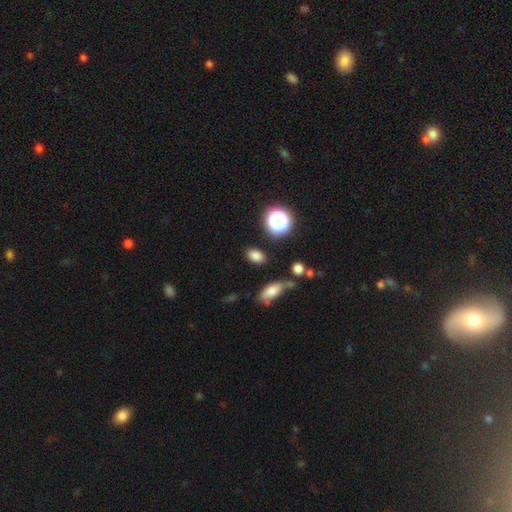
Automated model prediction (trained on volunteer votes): Smooth or featured: smooth — 80% (star or artifact — 14%)
How rounded: in between — 80% (round — 17%)
Merging: none — 83% (minor disturbance — 11%)